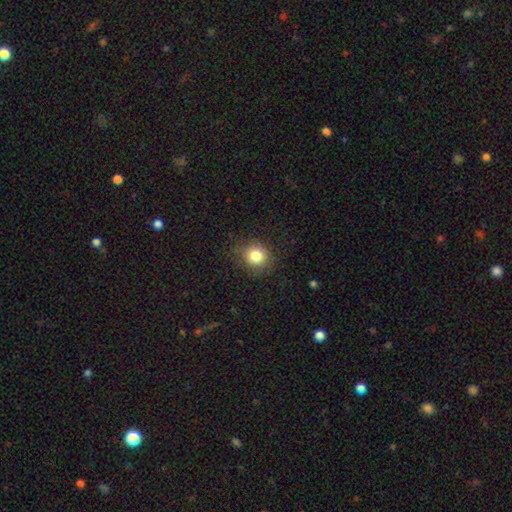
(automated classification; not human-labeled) Smooth or featured: smooth — 82% (star or artifact — 11%)
How rounded: round — 85% (in between — 14%)
Merging: none — 79% (minor disturbance — 15%)